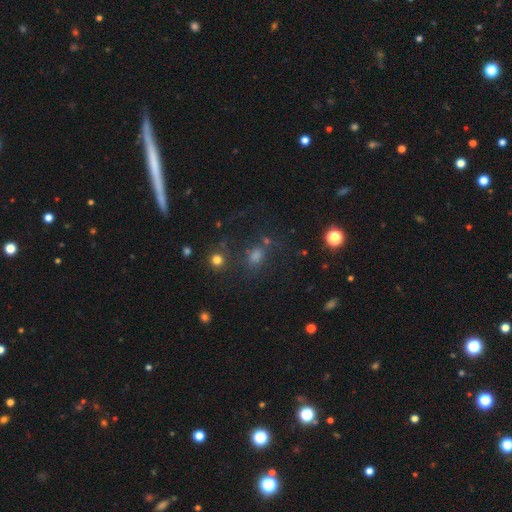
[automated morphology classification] This appears to be a smooth galaxy with no disk features (54%) that is round (67%). Merging: none (65%).